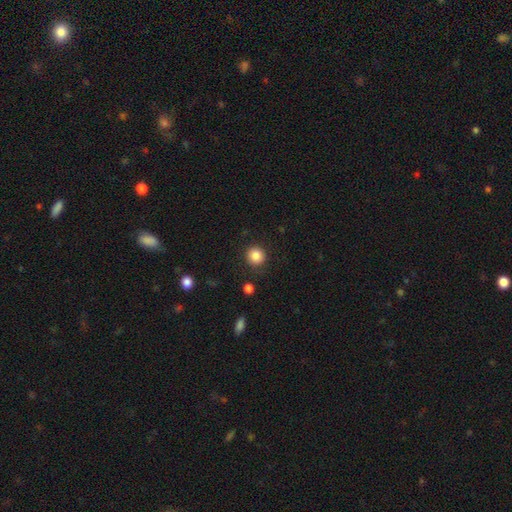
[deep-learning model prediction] Morphology: type=smooth (86%); roundness=round (91%); merging=none (87%).